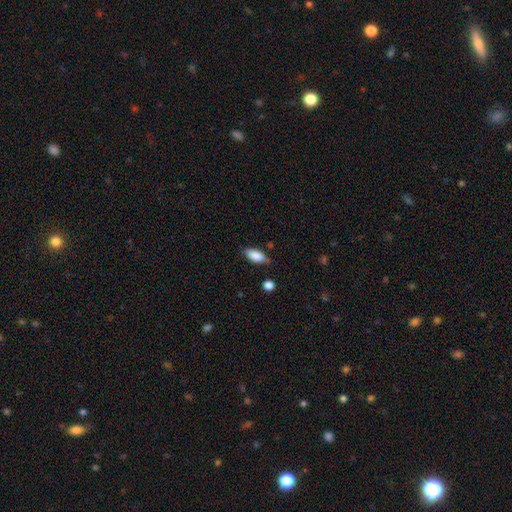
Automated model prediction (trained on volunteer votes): This is clearly a smooth galaxy (84%). How rounded: clearly in between (86%). Merging: likely none (75%).